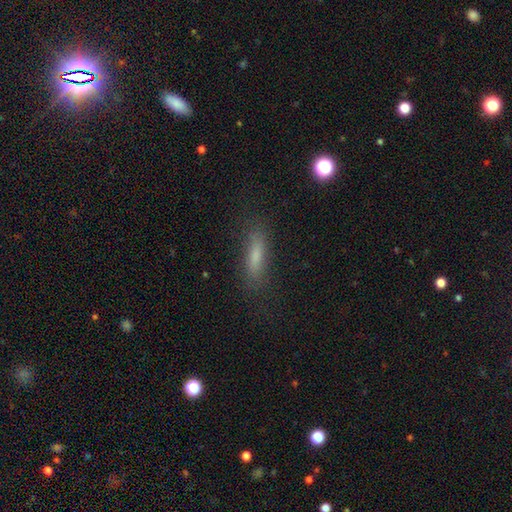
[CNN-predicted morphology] type=smooth (72%); roundness=cigar-shaped (70%); merging=none (79%).